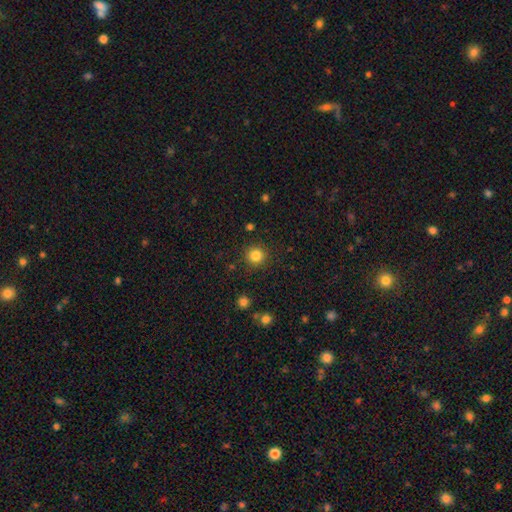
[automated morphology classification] A smooth galaxy with no disk features (84%) that is round (94%). Merging: none (90%).